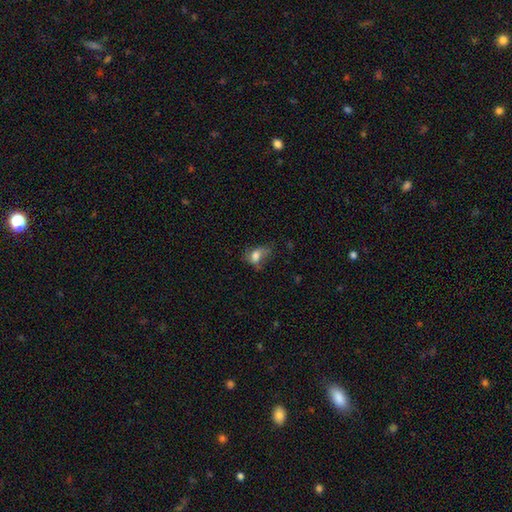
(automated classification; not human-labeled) Smooth or featured: smooth — 72% (featured or disk — 17%)
How rounded: in between — 75% (round — 22%)
Merging: none — 37% (minor disturbance — 33%)